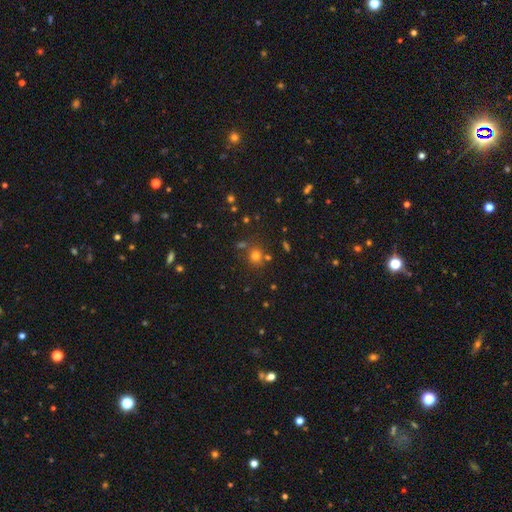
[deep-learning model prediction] Smooth or featured? Predicted: smooth (p=0.71). How rounded? Predicted: round (p=0.85). Merging? Predicted: none (p=0.73).